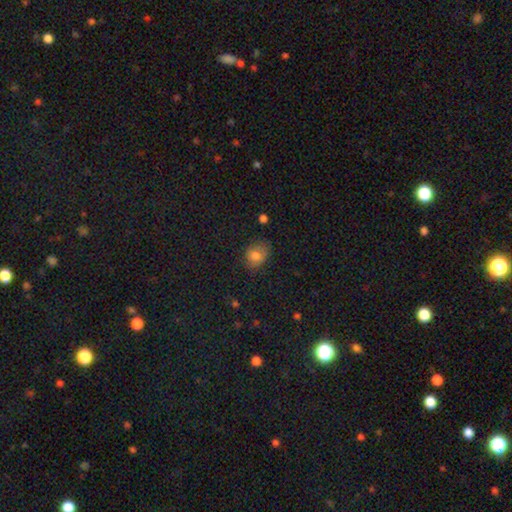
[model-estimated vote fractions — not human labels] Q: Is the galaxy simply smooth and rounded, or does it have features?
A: smooth — 79%.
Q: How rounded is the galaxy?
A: in between — 56%.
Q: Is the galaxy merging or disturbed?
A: none — 66%.